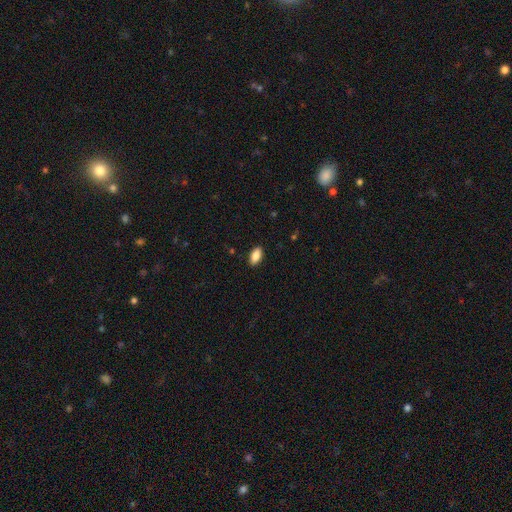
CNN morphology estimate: type=smooth (86%); roundness=in between (91%); merging=none (89%).